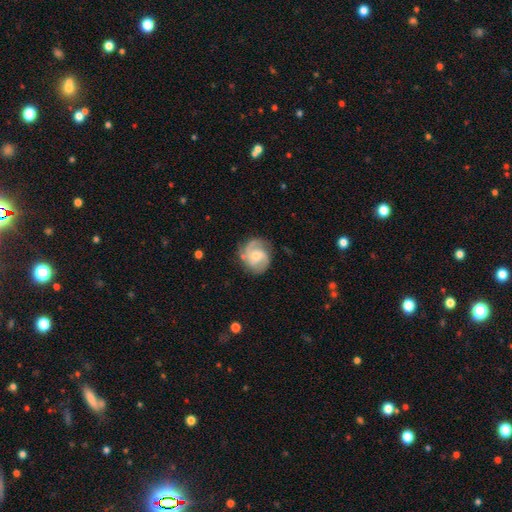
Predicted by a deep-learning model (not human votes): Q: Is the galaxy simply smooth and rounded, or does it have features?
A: featured or disk — 83%.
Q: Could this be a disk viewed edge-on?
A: no — 98%.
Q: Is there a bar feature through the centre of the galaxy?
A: no — 57%.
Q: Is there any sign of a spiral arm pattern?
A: yes — 97%.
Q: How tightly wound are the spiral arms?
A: medium — 49%.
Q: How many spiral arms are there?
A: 2 — 53%.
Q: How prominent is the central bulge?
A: small — 52%.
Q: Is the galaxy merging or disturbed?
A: none — 74%.